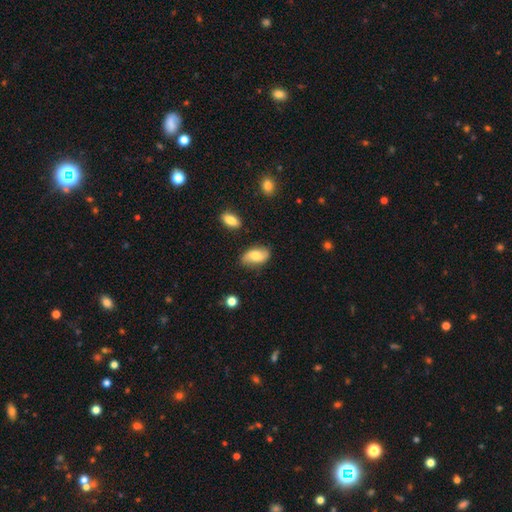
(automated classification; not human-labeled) A smooth galaxy with no disk features (63%) that is in between round and cigar-shaped (91%).

Vote fractions:
- Smooth or featured? smooth: 63% / featured or disk: 30% / star or artifact: 7%
- How rounded? in between: 91% / round: 6% / cigar-shaped: 3%
- Merging? none: 75% / minor disturbance: 19% / major disturbance: 4% / merger: 2%